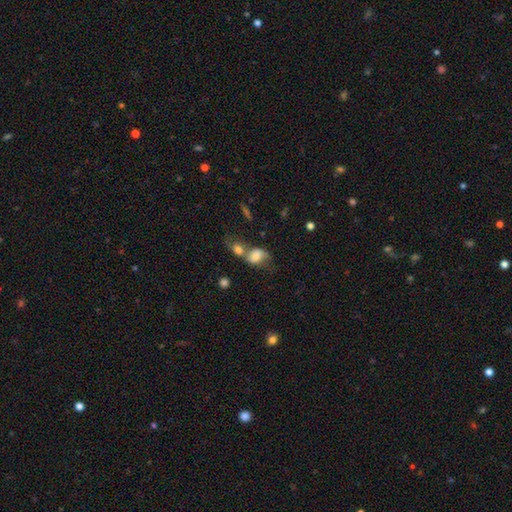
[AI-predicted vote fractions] Morphology: type=smooth (64%); roundness=in between (64%); merging=merger (58%).